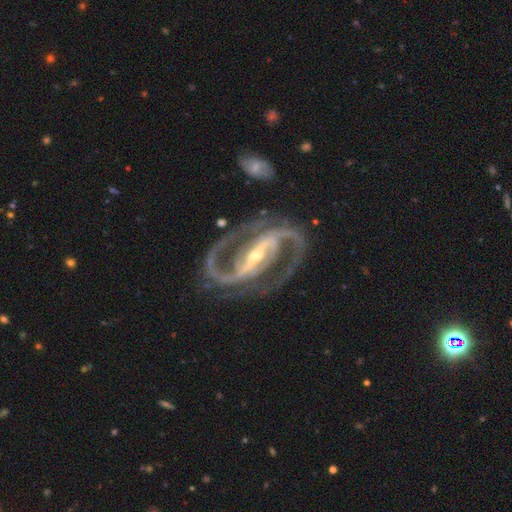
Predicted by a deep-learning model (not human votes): The model was most divided on "bulge size": small: 66%, moderate: 30%, large: 2%, none: 1%, dominant: 1%. More confident: spiral arms — yes (99%); edge-on disk — no (97%); spiral arm count — 2 (94%); smooth or featured — featured or disk (94%); merging — none (80%); bar — strong (78%); spiral winding — medium (64%).